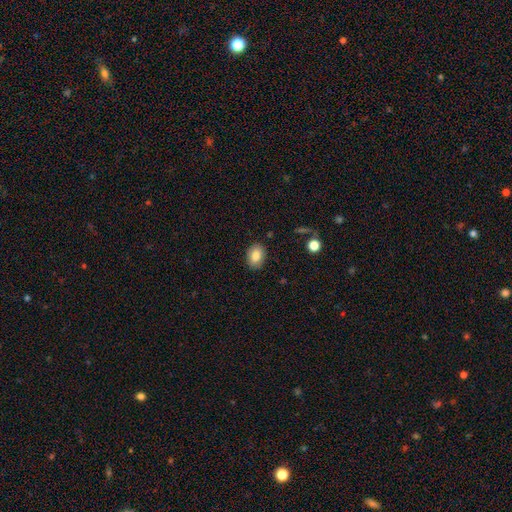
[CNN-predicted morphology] The model was most divided on "how rounded": in between: 71%, round: 28%, cigar-shaped: 1%. More confident: merging — none (87%); smooth or featured — smooth (83%).